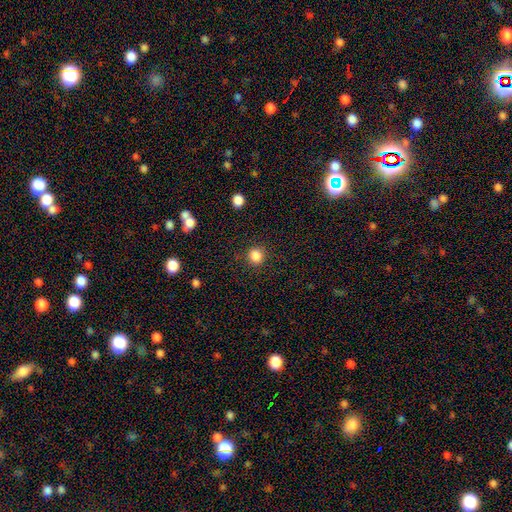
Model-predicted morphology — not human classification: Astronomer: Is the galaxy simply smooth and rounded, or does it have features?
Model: smooth — 86%.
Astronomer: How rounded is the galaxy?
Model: round — 89%.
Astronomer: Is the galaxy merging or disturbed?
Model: none — 89%.